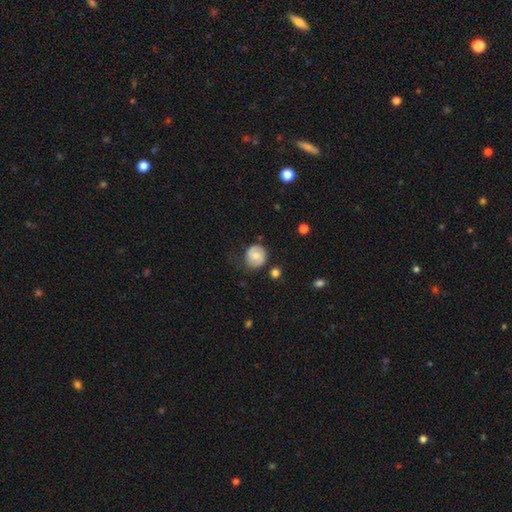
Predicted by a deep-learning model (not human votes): A smooth galaxy with no disk features (62%) that is round (82%).

Vote fractions:
- Smooth or featured? smooth: 62% / featured or disk: 31% / star or artifact: 7%
- How rounded? round: 82% / in between: 17% / cigar-shaped: 1%
- Merging? none: 65% / minor disturbance: 24% / major disturbance: 8% / merger: 3%